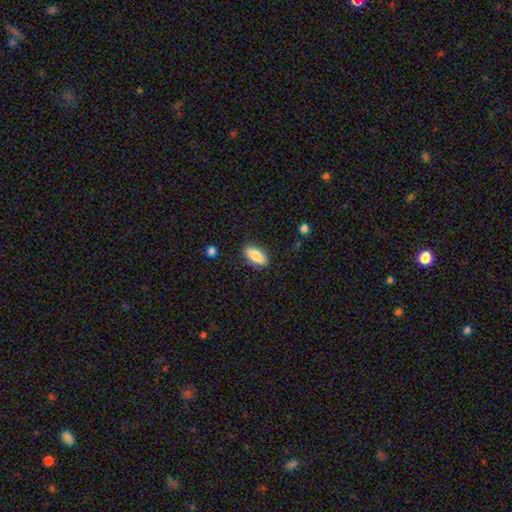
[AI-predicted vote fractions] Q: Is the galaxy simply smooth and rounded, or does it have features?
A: smooth — 82%.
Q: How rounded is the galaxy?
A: in between — 79%.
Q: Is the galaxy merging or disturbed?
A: none — 86%.